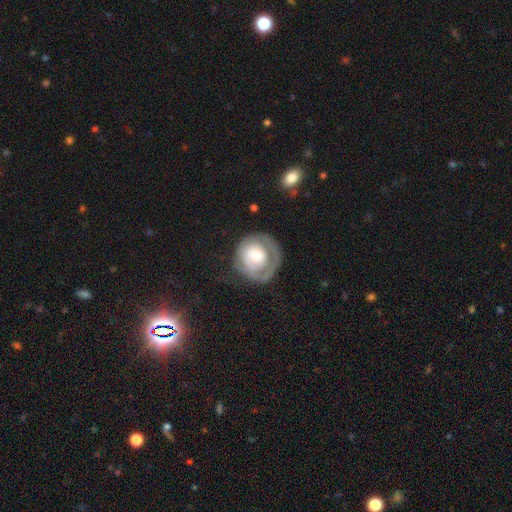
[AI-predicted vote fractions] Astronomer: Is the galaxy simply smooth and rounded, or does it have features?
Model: featured or disk — 54% (runner-up: smooth, 40%).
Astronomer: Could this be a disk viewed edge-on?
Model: no — 96%.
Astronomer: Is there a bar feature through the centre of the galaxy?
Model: no — 83%.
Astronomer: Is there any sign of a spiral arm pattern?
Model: yes — 51% (runner-up: no, 49%).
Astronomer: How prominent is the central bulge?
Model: moderate — 55%.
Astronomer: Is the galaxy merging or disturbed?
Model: none — 57%.